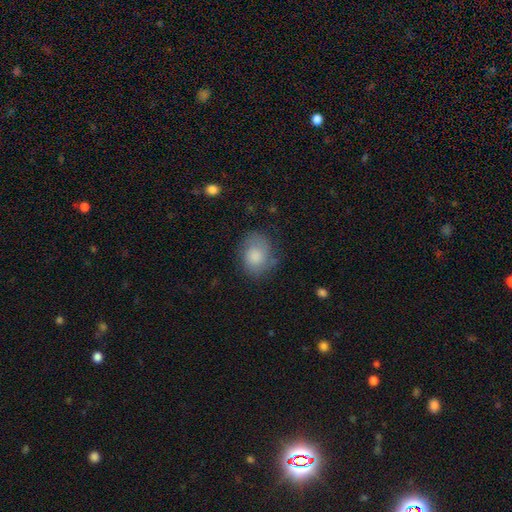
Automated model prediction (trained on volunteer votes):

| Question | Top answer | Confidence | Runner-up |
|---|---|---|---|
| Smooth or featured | smooth | 69% | featured or disk (23%) |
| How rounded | round | 60% | in between (39%) |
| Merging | none | 64% | minor disturbance (25%) |